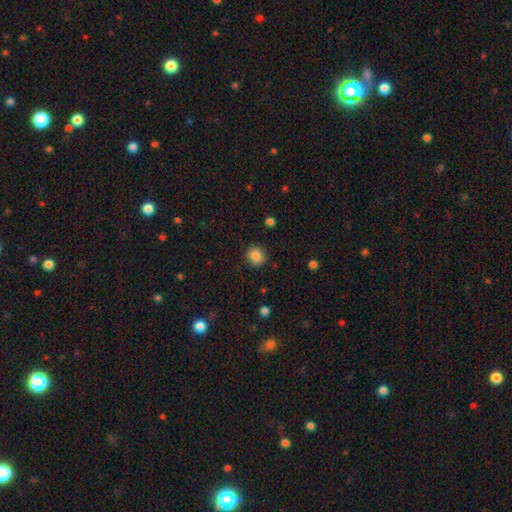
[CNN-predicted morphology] smooth-or-featured: smooth: 86% | star or artifact: 10% | featured or disk: 5%
  how-rounded: round: 86% | in between: 13% | cigar-shaped: 1%
  merging: none: 90% | minor disturbance: 7% | major disturbance: 2% | merger: 1%